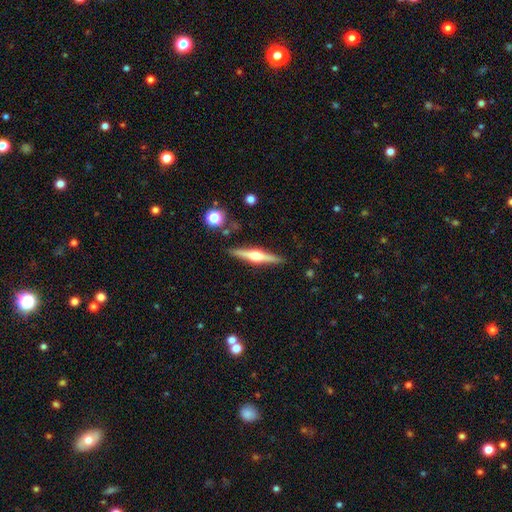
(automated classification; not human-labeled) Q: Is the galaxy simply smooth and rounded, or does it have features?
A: featured or disk — 74%.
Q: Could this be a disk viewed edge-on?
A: yes — 98%.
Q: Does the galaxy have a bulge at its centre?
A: rounded — 94%.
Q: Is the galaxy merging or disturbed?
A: none — 89%.